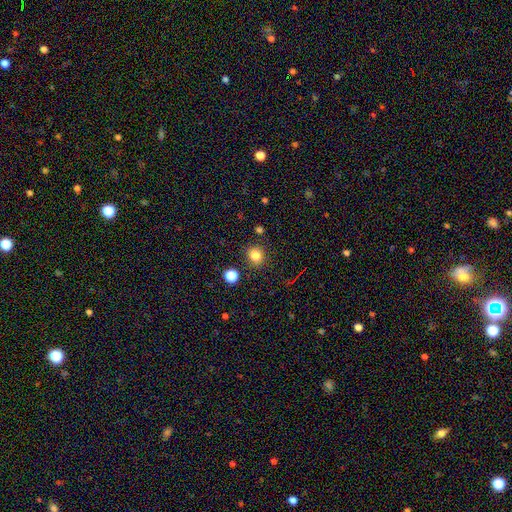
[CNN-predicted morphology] Smooth or featured? smooth (81%)
How rounded? round (84%)
Merging? none (86%)